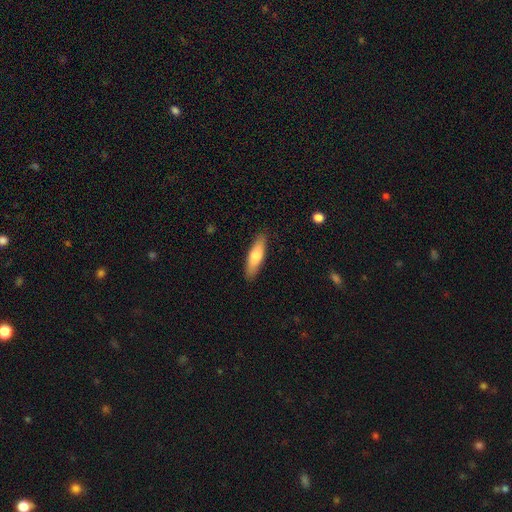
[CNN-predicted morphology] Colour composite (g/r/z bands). It shows a smooth galaxy with no disk features (69%) that is cigar-shaped (58%). Merging: none (88%).